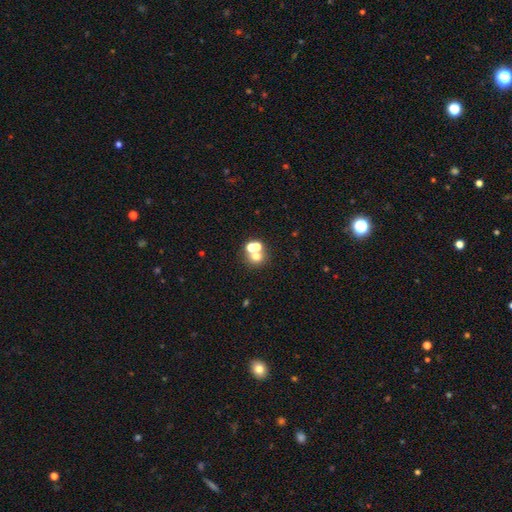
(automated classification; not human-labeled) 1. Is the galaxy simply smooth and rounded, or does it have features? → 58% smooth, 24% star or artifact, 18% featured or disk.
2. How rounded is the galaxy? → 85% round, 14% in between, 1% cigar-shaped.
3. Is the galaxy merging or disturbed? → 47% none, 43% merger, 6% minor disturbance, 4% major disturbance.